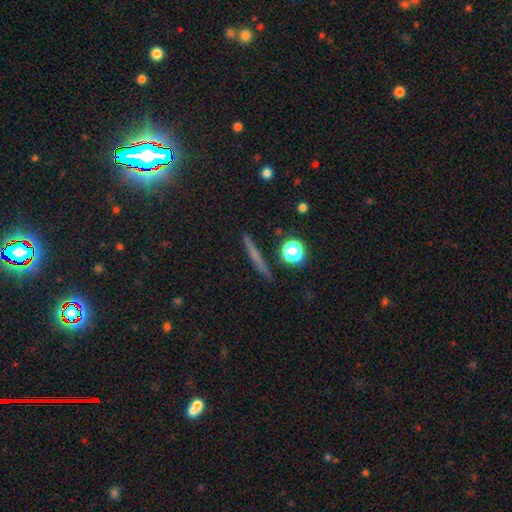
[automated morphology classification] Smooth or featured? smooth (46%)
Merging? none (89%)